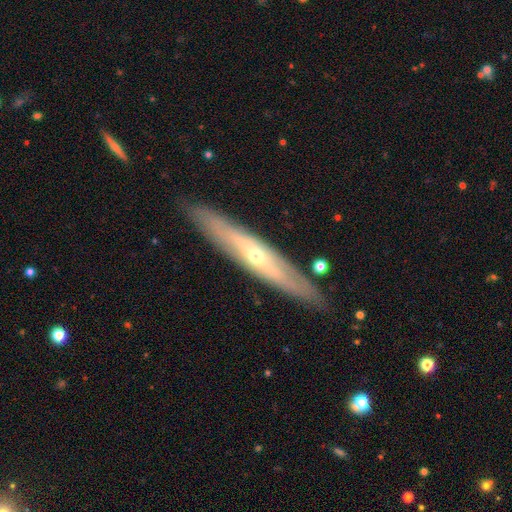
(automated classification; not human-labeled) smooth_or_featured: featured or disk (p=0.70) [alt: smooth p=0.23]
disk_edge_on: yes (p=0.75) [alt: no p=0.25]
edge_on_bulge: rounded (p=0.74) [alt: none p=0.24]
merging: none (p=0.87) [alt: minor disturbance p=0.09]